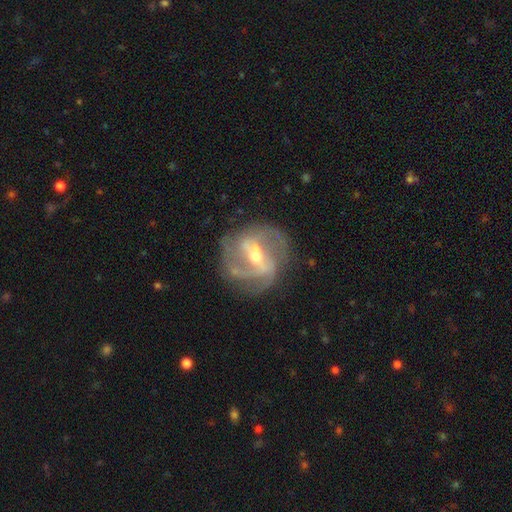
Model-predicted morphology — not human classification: Q: Smooth or featured?
A: featured or disk (86%); runner-up: smooth (8%)
Q: Edge-on disk?
A: no (97%); runner-up: yes (3%)
Q: Bar?
A: strong (47%); runner-up: weak (40%)
Q: Spiral arms?
A: yes (93%); runner-up: no (7%)
Q: Spiral winding?
A: medium (50%); runner-up: tight (31%)
Q: Spiral arm count?
A: 2 (43%); runner-up: 3 (29%)
Q: Bulge size?
A: moderate (48%); runner-up: small (46%)
Q: Merging?
A: none (69%); runner-up: minor disturbance (18%)